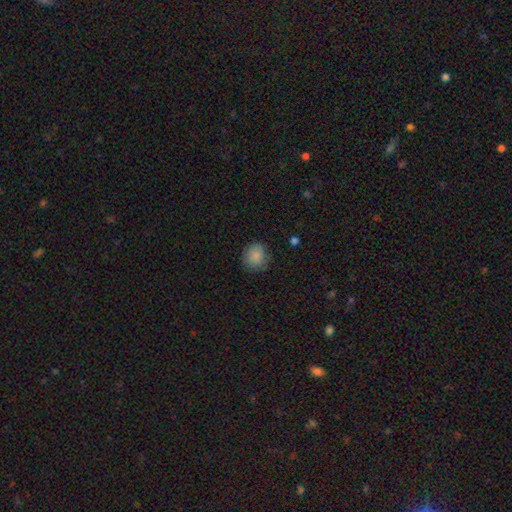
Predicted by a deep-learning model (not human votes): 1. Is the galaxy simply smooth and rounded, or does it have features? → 86% smooth, 9% star or artifact, 5% featured or disk.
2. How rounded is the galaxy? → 79% round, 20% in between, 1% cigar-shaped.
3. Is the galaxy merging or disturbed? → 78% none, 17% minor disturbance, 4% major disturbance, 1% merger.